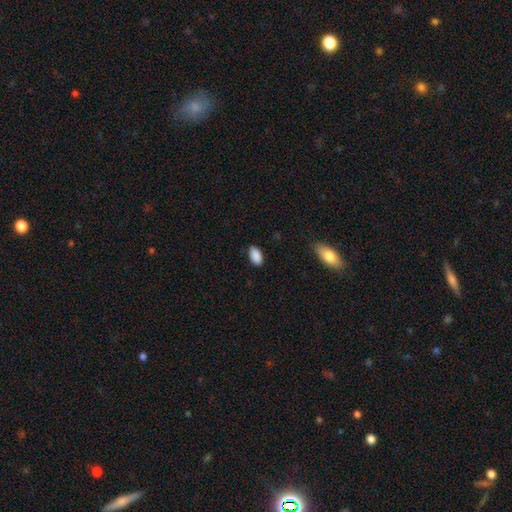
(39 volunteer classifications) Morphology: type=smooth (95%); roundness=in between (92%); merging=none (73%).